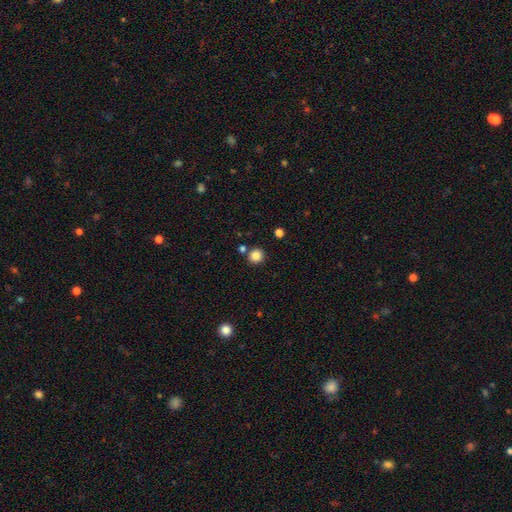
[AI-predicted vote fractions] Smooth or featured? smooth (85%)
How rounded? round (91%)
Merging? none (84%)